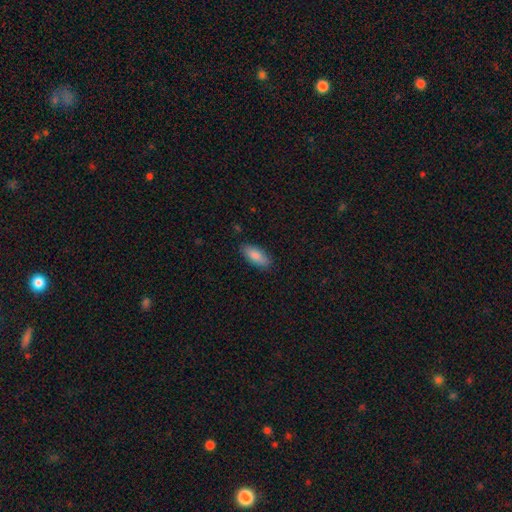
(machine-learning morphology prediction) This is clearly a smooth galaxy (87%). How rounded: clearly in between (84%). Merging: clearly none (85%).